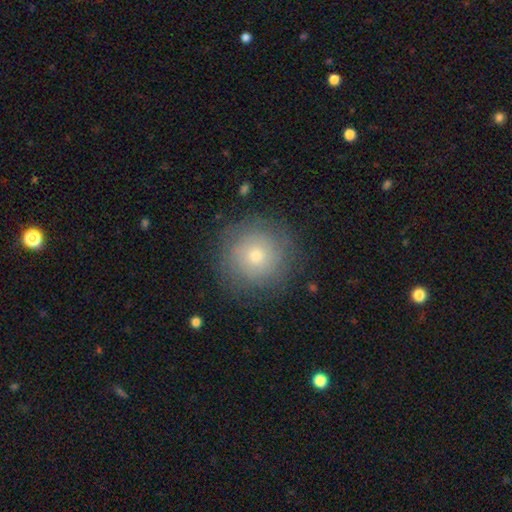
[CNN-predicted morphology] A smooth galaxy with no disk features (66%) that is round (95%). Merging: none (84%).